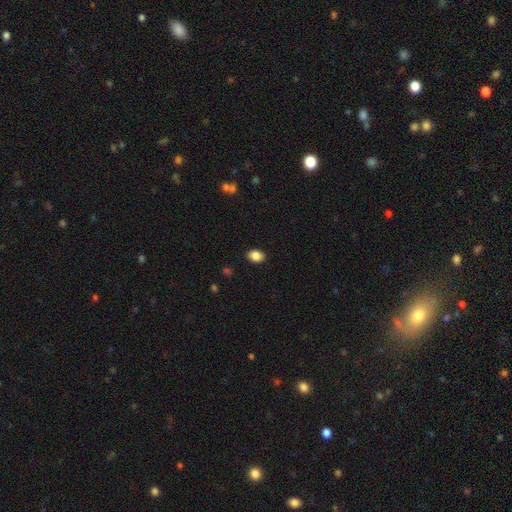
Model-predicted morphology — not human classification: Q: Smooth or featured?
A: smooth (86%); runner-up: star or artifact (8%)
Q: How rounded?
A: in between (72%); runner-up: round (27%)
Q: Merging?
A: none (89%); runner-up: minor disturbance (8%)